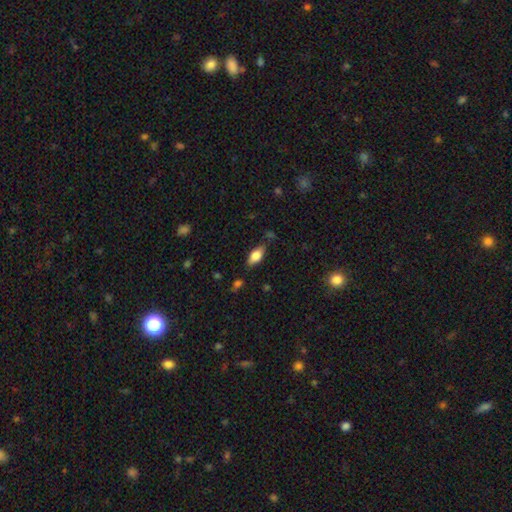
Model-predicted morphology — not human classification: smooth_or_featured: smooth (p=0.74) [alt: featured or disk p=0.18]
how_rounded: in between (p=0.86) [alt: cigar-shaped p=0.11]
merging: none (p=0.76) [alt: minor disturbance p=0.17]